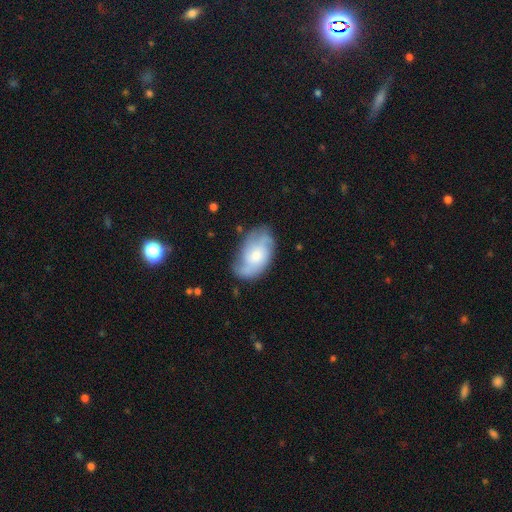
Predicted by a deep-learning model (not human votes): A featured or disk galaxy (63%) with no bar (70%), medium (42%) spiral arms (88%) and a moderate central bulge (48%).

Vote fractions:
- Smooth or featured? featured or disk: 63% / smooth: 31% / star or artifact: 7%
- Edge-on disk? no: 96% / yes: 4%
- Bar? no: 70% / weak: 26% / strong: 4%
- Spiral arms? yes: 88% / no: 12%
- Spiral winding? medium: 42% / tight: 33% / loose: 25%
- Spiral arm count? can't tell: 31% / 2: 29% / 3: 24% / 4: 7% / 1: 5% / more than 4: 4%
- Bulge size? moderate: 48% / small: 33% / large: 12% / none: 5% / dominant: 2%
- Merging? none: 66% / minor disturbance: 24% / major disturbance: 9% / merger: 2%